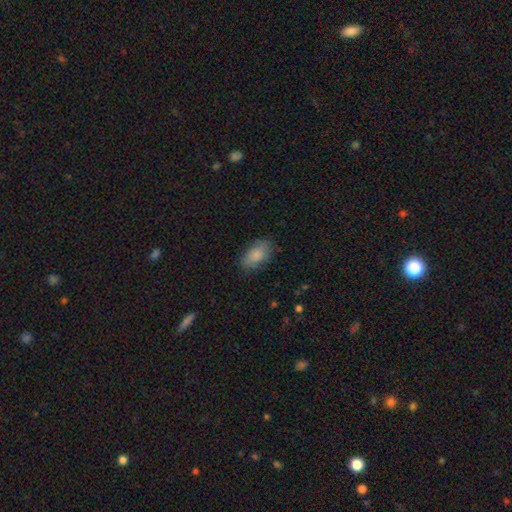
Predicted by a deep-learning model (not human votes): Morphology: type=smooth (85%); roundness=in between (93%); merging=none (78%).